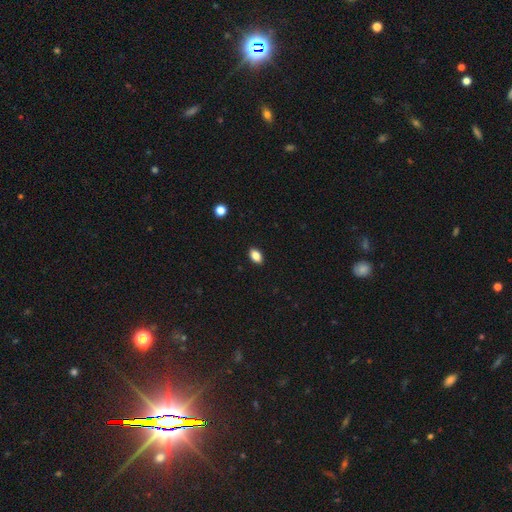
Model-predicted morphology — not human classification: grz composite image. It shows a smooth galaxy with no disk features (85%) that is in between round and cigar-shaped (89%). Merging: none (90%).